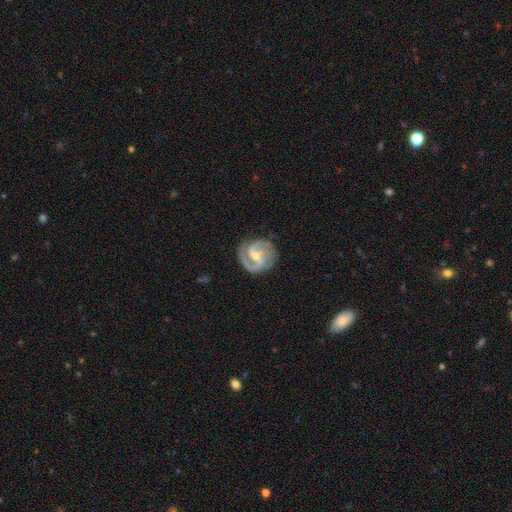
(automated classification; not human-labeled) Morphology: type=featured or disk (91%); edge-on=no (98%); bar=weak (47%); spiral arms=yes (98%); winding=medium (53%); arm count=2 (80%); bulge=small (55%); merging=none (80%).